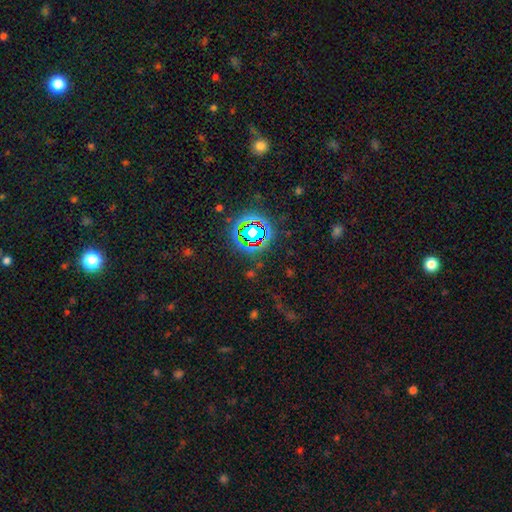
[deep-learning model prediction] star or artifact 76%, smooth 14%, featured or disk 10%.